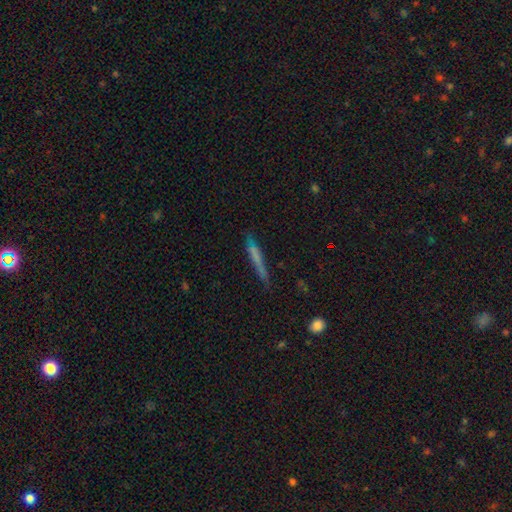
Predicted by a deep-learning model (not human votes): Overall: smooth (55%; featured or disk 36%). How rounded: cigar-shaped (95%). Merging: none (77%).